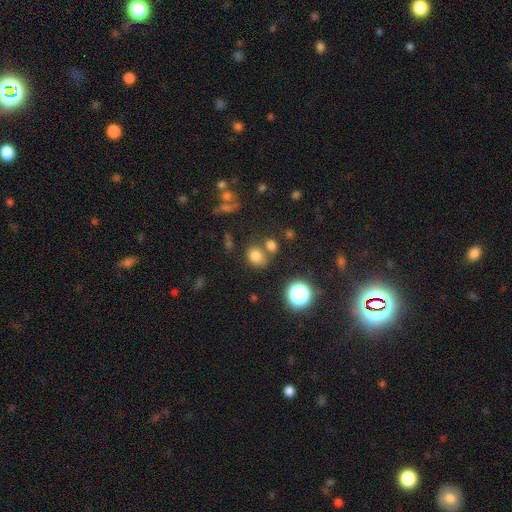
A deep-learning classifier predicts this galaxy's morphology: This is likely a smooth galaxy (77%). How rounded: likely round (61%). Merging: likely none (60%).